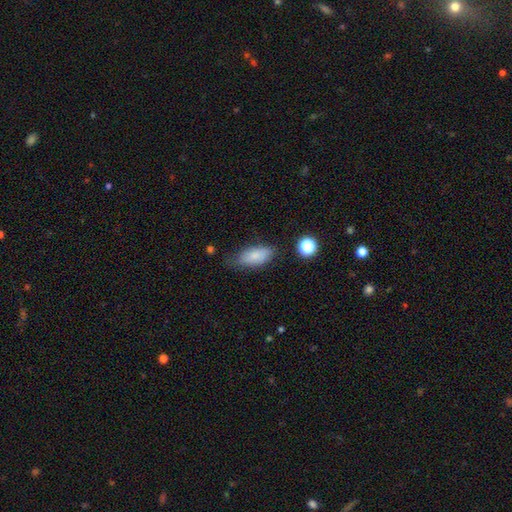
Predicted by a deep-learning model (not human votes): smooth 81%, featured or disk 11%, star or artifact 8%. Down the decision tree: how rounded — in between (86%); merging — none (67%).